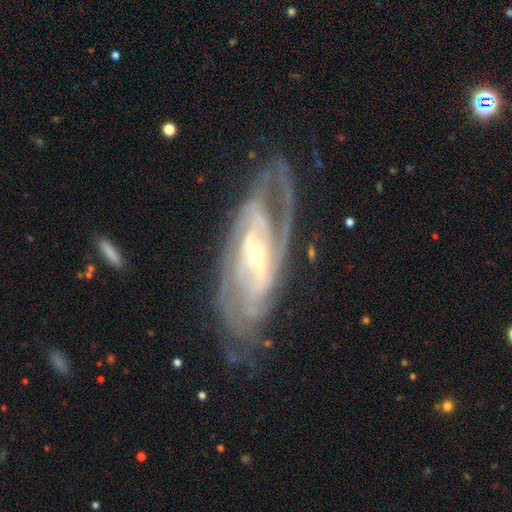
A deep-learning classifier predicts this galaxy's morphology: This is clearly a featured or disk galaxy (88%). It is clearly not viewed edge-on (91%). Bar: marginally no (35%). Spiral arm pattern: clearly yes (95%). Spiral arm count: marginally 2 (38%). Spiral winding: possibly tight (54%). Central bulge: likely small (73%). Merging: likely none (72%).